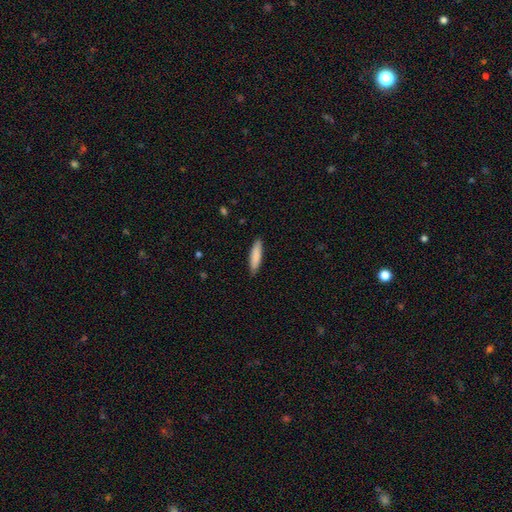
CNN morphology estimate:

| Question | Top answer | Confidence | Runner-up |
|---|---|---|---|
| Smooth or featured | smooth | 85% | featured or disk (9%) |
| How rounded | cigar-shaped | 76% | in between (23%) |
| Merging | none | 87% | minor disturbance (10%) |